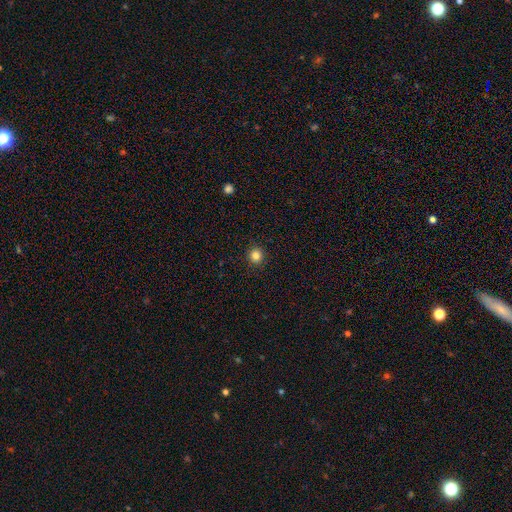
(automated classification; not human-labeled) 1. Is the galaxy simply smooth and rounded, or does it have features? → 84% smooth, 12% star or artifact, 4% featured or disk.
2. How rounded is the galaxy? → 92% round, 7% in between, 1% cigar-shaped.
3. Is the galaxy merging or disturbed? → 92% none, 5% minor disturbance, 2% major disturbance, 1% merger.